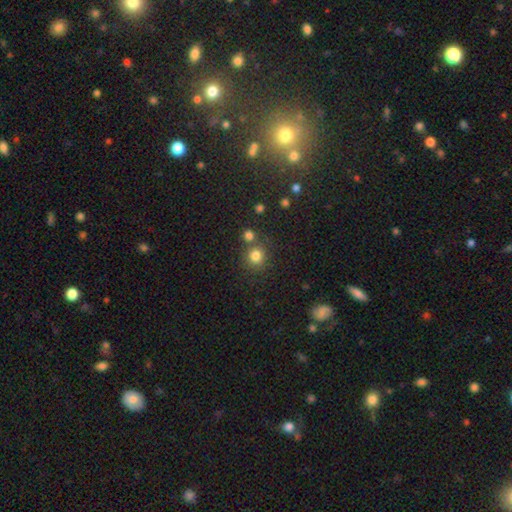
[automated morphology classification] type=smooth (80%); roundness=round (89%); merging=none (71%).